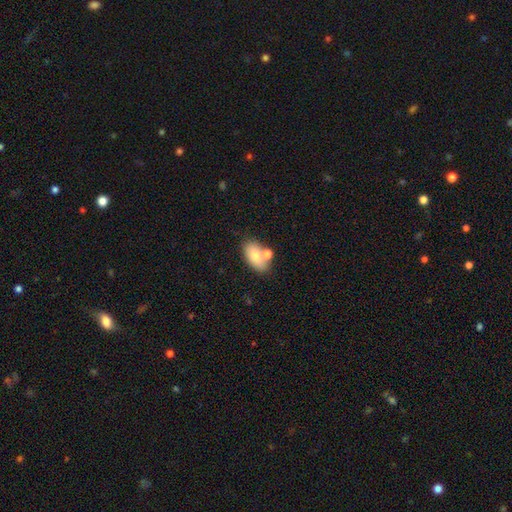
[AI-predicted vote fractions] Q: Smooth or featured?
A: smooth (73%); runner-up: featured or disk (19%)
Q: How rounded?
A: in between (89%); runner-up: round (8%)
Q: Merging?
A: none (57%); runner-up: merger (25%)